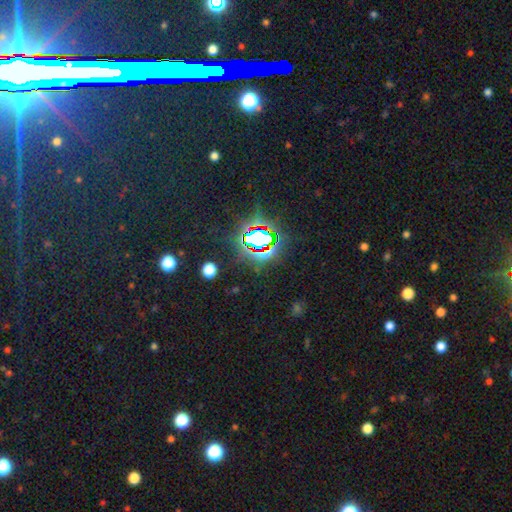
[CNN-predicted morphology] star or artifact 81%, smooth 11%, featured or disk 8%.